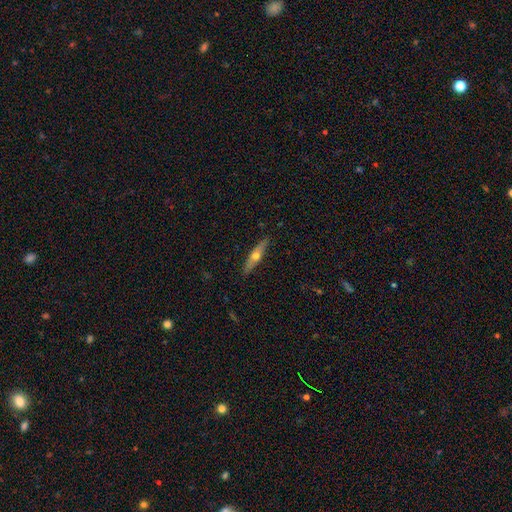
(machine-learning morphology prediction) This appears to be a featured or disk galaxy (58%) viewed edge-on (92%) with a rounded central bulge (93%). Merging: none (89%).